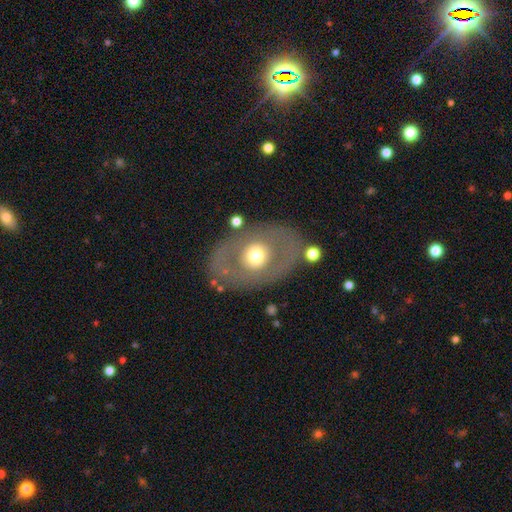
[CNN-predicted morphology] Smooth or featured?
  - featured or disk: 50% *
  - smooth: 43%
  - star or artifact: 7%
Edge-on disk?
  - no: 91% *
  - yes: 9%
Merging?
  - none: 78% *
  - minor disturbance: 11%
  - major disturbance: 7%
  - merger: 4%